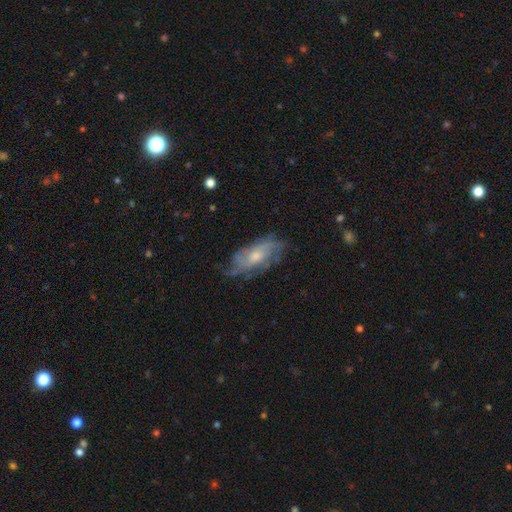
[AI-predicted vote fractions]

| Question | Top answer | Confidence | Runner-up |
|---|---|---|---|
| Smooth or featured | featured or disk | 73% | smooth (20%) |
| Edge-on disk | no | 90% | yes (10%) |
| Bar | no | 68% | weak (27%) |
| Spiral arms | yes | 89% | no (11%) |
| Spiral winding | tight | 42% | medium (40%) |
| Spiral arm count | can't tell | 42% | 2 (18%) |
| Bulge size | moderate | 50% | small (40%) |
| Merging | none | 68% | minor disturbance (21%) |